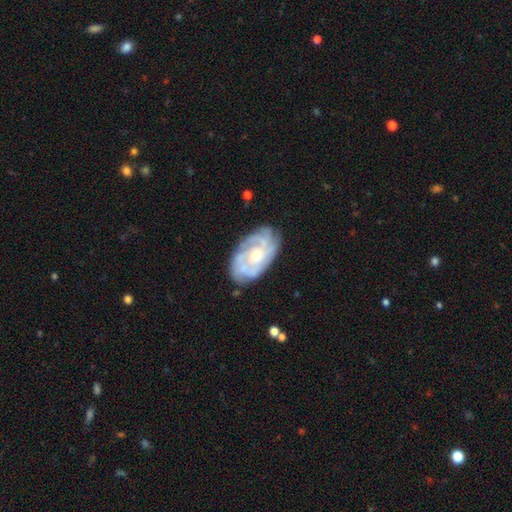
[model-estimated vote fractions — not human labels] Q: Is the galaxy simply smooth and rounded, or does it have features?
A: featured or disk — 78%.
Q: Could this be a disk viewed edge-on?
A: no — 95%.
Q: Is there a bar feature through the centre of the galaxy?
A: no — 76%.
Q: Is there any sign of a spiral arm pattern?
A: yes — 89%.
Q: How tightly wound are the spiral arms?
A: tight — 63%.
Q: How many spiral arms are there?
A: can't tell — 46%.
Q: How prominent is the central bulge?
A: moderate — 56%.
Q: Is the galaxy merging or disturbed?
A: none — 74%.